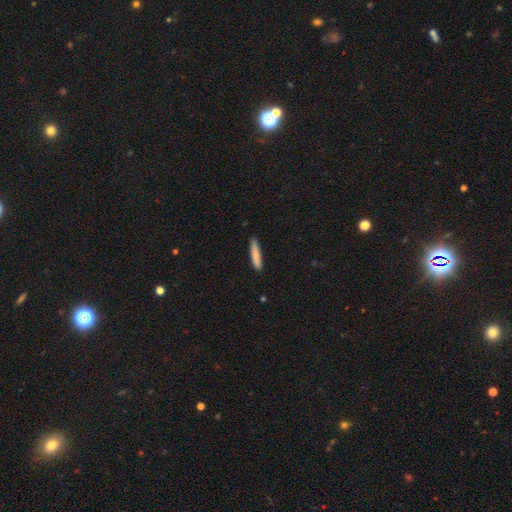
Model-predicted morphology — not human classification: Smooth or featured: smooth — 83% (featured or disk — 11%)
How rounded: cigar-shaped — 91% (in between — 8%)
Merging: none — 85% (minor disturbance — 12%)